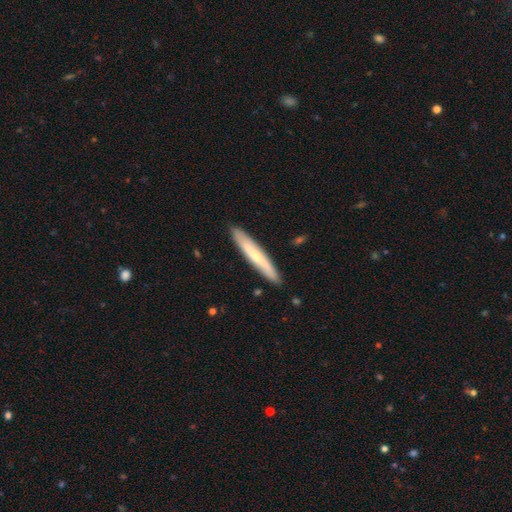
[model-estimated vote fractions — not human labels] Smooth or featured: smooth — 52% (featured or disk — 42%)
How rounded: cigar-shaped — 93% (in between — 5%)
Merging: none — 89% (minor disturbance — 9%)